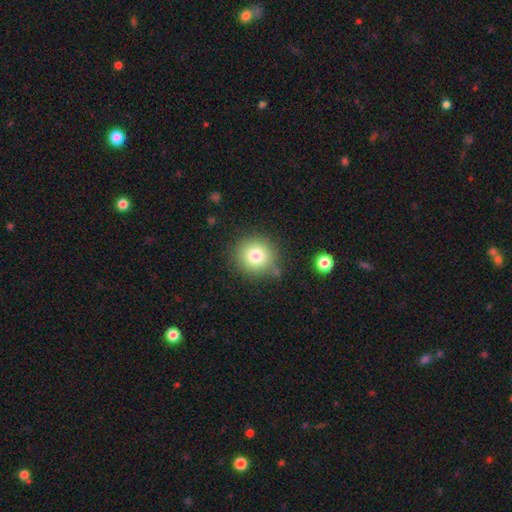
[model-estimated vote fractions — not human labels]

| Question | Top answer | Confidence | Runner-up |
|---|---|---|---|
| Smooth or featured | smooth | 79% | star or artifact (12%) |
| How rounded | round | 91% | in between (8%) |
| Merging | none | 80% | minor disturbance (13%) |